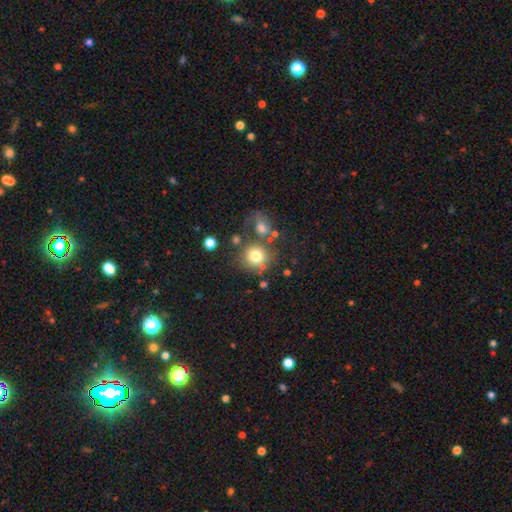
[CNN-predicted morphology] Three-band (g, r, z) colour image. It shows a smooth galaxy with no disk features (75%) that is round (86%). Merging: none (61%).